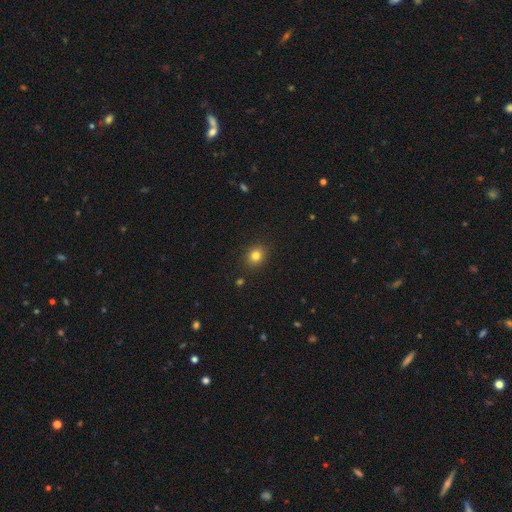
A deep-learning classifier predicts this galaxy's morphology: The model was most divided on "how rounded": round: 68%, in between: 31%, cigar-shaped: 1%. More confident: merging — none (90%); smooth or featured — smooth (80%).